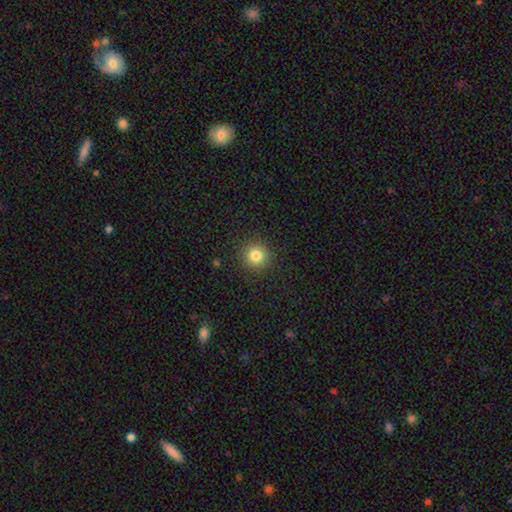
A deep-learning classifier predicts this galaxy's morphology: Smooth or featured: smooth — 82% (star or artifact — 12%)
How rounded: round — 95% (in between — 4%)
Merging: none — 91% (minor disturbance — 5%)